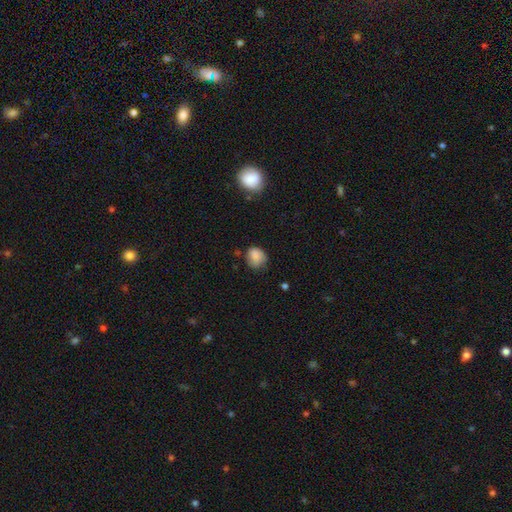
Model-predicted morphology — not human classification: Q: Smooth or featured?
A: smooth (82%); runner-up: star or artifact (9%)
Q: How rounded?
A: round (67%); runner-up: in between (32%)
Q: Merging?
A: none (60%); runner-up: minor disturbance (30%)